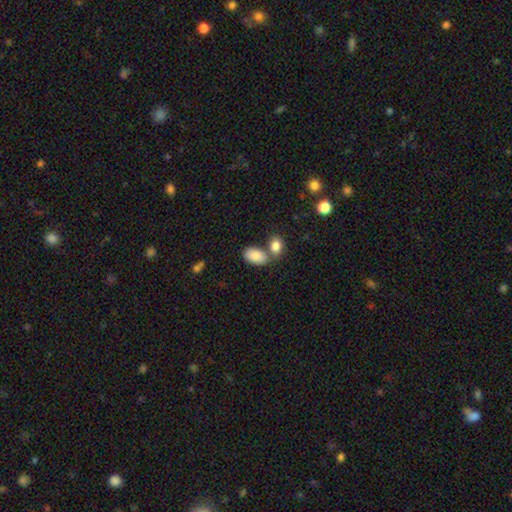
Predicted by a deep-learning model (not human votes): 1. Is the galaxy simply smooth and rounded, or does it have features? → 85% smooth, 8% featured or disk, 7% star or artifact.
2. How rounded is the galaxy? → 93% in between, 6% round, 2% cigar-shaped.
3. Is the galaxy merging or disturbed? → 48% none, 37% merger, 12% minor disturbance, 4% major disturbance.